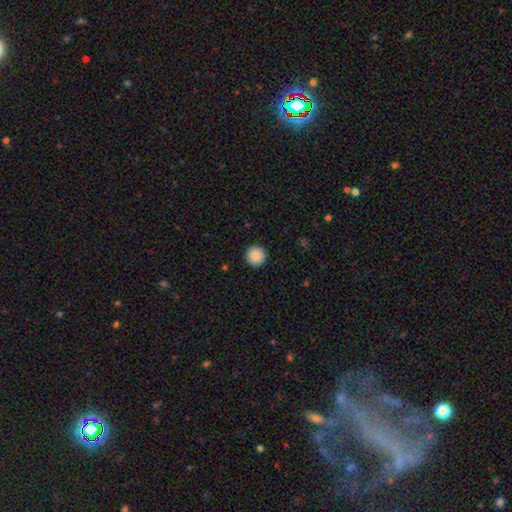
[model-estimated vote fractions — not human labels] smooth_or_featured: smooth (p=0.89) [alt: star or artifact p=0.08]
how_rounded: round (p=0.96) [alt: in between p=0.03]
merging: none (p=0.93) [alt: minor disturbance p=0.05]